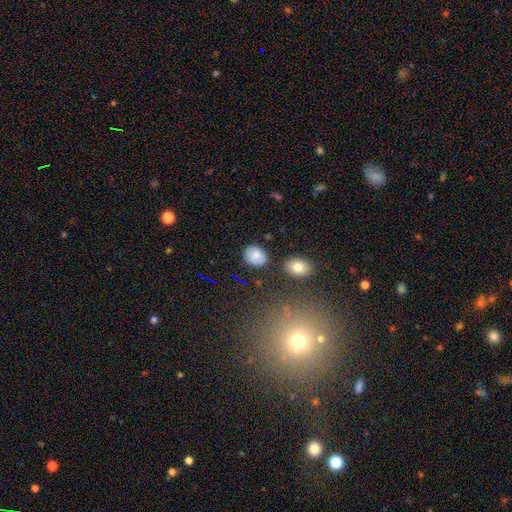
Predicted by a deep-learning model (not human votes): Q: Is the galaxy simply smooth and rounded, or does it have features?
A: smooth — 84%.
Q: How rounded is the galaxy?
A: round — 59%.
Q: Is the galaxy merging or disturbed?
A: none — 82%.